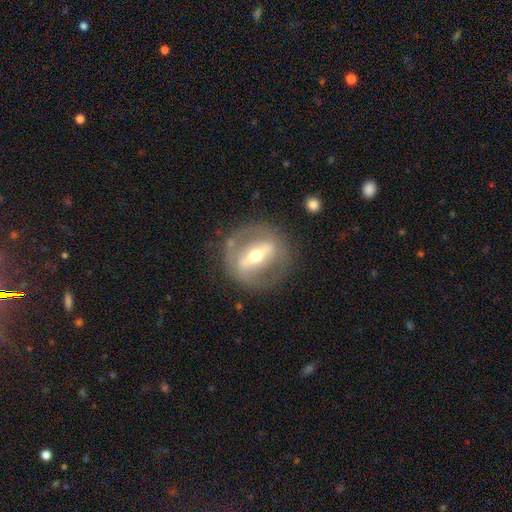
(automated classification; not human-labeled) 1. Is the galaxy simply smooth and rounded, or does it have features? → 75% featured or disk, 19% smooth, 6% star or artifact.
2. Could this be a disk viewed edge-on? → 82% no, 18% yes.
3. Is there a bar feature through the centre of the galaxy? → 72% strong, 18% weak, 10% no.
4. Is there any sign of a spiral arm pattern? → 65% no, 35% yes.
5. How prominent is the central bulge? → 63% moderate, 30% small, 6% large, 1% dominant, 1% none.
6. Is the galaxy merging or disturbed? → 78% none, 12% minor disturbance, 8% major disturbance, 2% merger.